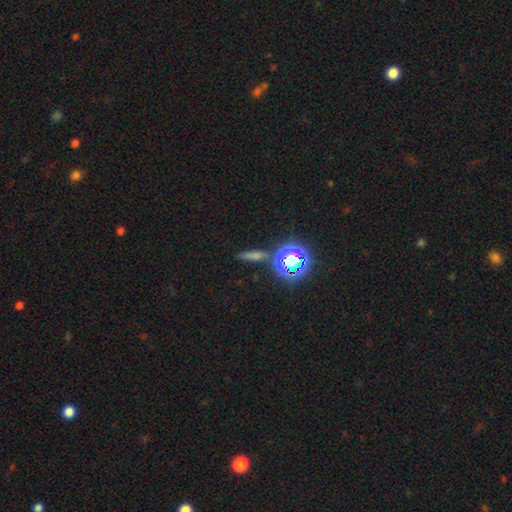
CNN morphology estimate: This appears to be a smooth galaxy with no disk features (45%). Merging: none (81%).